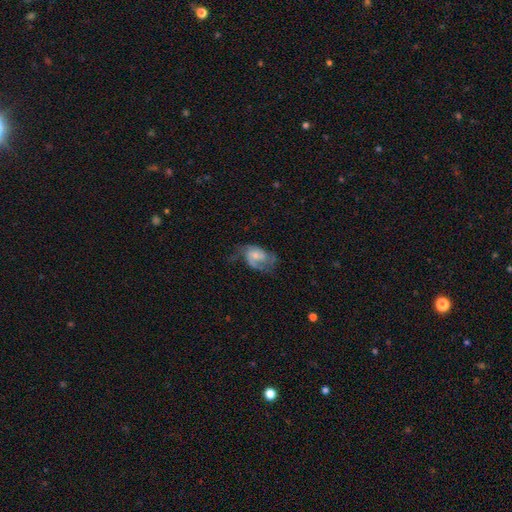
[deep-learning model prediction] Smooth or featured? featured or disk (69%)
Edge-on disk? no (97%)
Bar? no (61%)
Spiral arms? yes (88%)
Spiral winding? medium (46%)
Spiral arm count? 2 (64%)
Bulge size? small (51%)
Merging? none (39%)